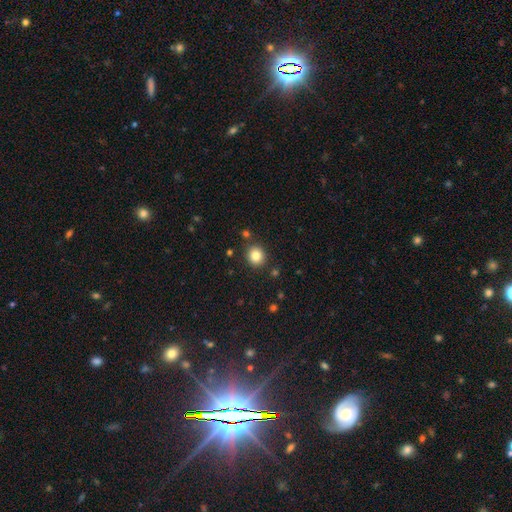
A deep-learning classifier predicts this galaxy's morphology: This is clearly a smooth galaxy (83%). How rounded: clearly round (87%). Merging: clearly none (88%).